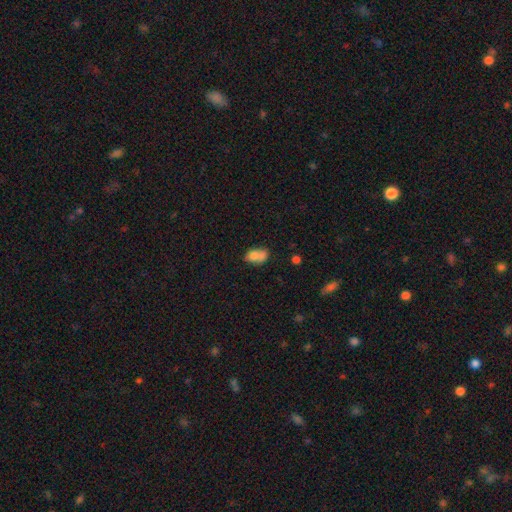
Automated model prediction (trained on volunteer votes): Smooth or featured? smooth (72%)
How rounded? in between (75%)
Merging? merger (43%)